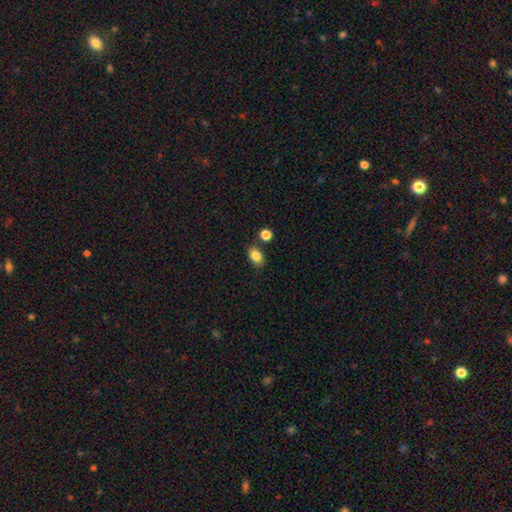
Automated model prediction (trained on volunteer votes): A smooth galaxy with no disk features (84%) that is in between round and cigar-shaped (75%).

Vote fractions:
- Smooth or featured? smooth: 84% / star or artifact: 10% / featured or disk: 6%
- How rounded? in between: 75% / round: 24% / cigar-shaped: 1%
- Merging? none: 76% / minor disturbance: 12% / merger: 8% / major disturbance: 3%